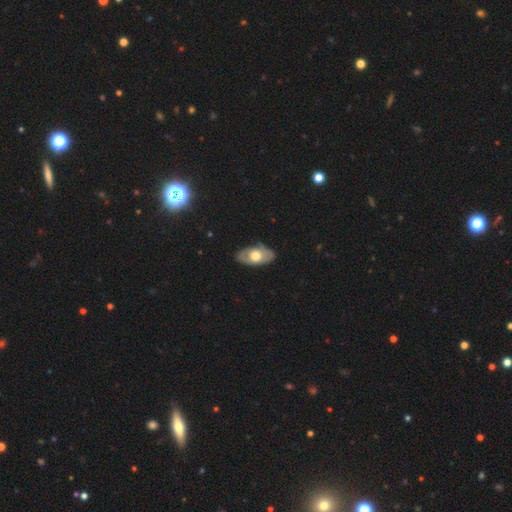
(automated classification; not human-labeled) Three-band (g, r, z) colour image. It shows a featured or disk galaxy (48%). Merging: none (80%).